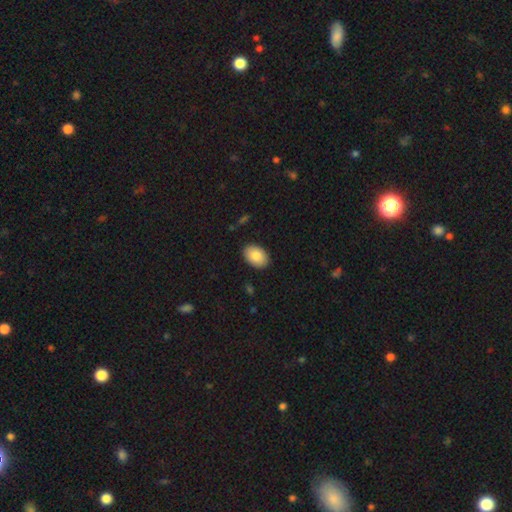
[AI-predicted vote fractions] This appears to be a smooth galaxy with no disk features (84%) that is in between round and cigar-shaped (87%). Merging: none (89%).